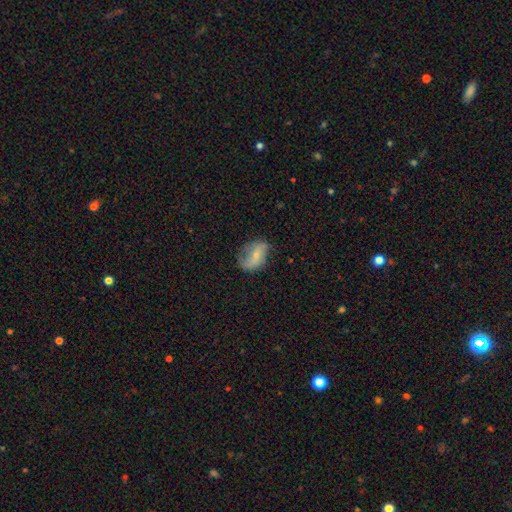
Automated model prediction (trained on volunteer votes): Overall: featured or disk (62%; smooth 30%). Edge-on disk: no (96%). Bar: no (40%; weak 37%). Spiral arms: yes (83%). Bulge size: small (64%; moderate 28%). Merging: none (57%; minor disturbance 27%).